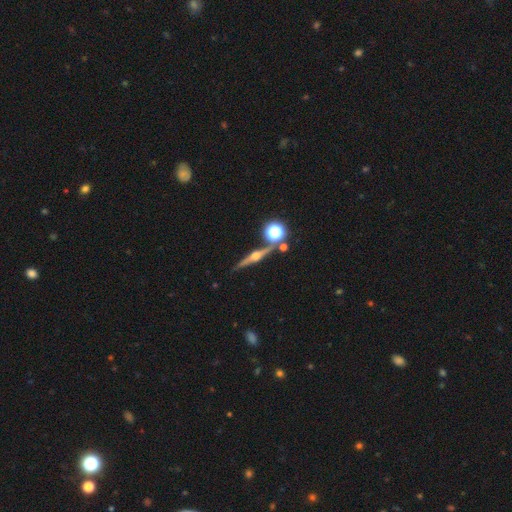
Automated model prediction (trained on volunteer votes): Smooth or featured?
  - featured or disk: 83% *
  - smooth: 9%
  - star or artifact: 8%
Edge-on disk?
  - yes: 97% *
  - no: 3%
Edge-on bulge?
  - rounded: 95% *
  - boxy: 3%
  - none: 2%
Merging?
  - none: 84% *
  - minor disturbance: 8%
  - merger: 6%
  - major disturbance: 2%